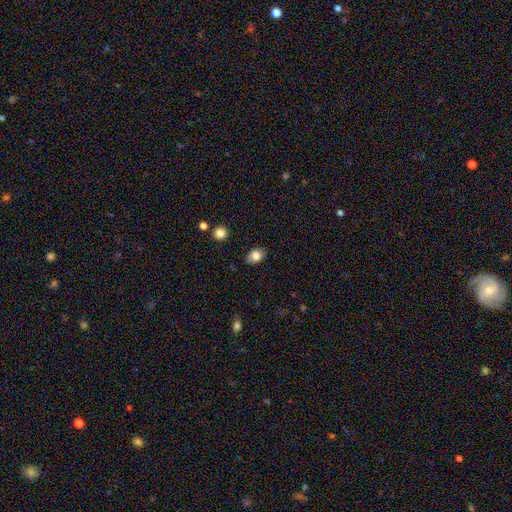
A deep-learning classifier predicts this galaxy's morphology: smooth 81%, featured or disk 10%, star or artifact 9%. Down the decision tree: how rounded — in between (72%); merging — none (82%).